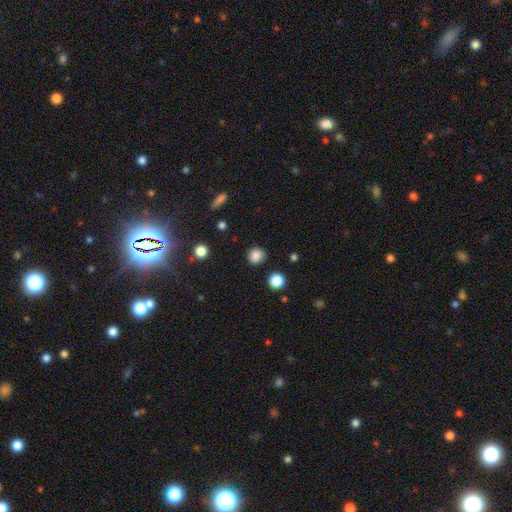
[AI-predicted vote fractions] A smooth galaxy with no disk features (85%) that is round (89%). Merging: none (89%).